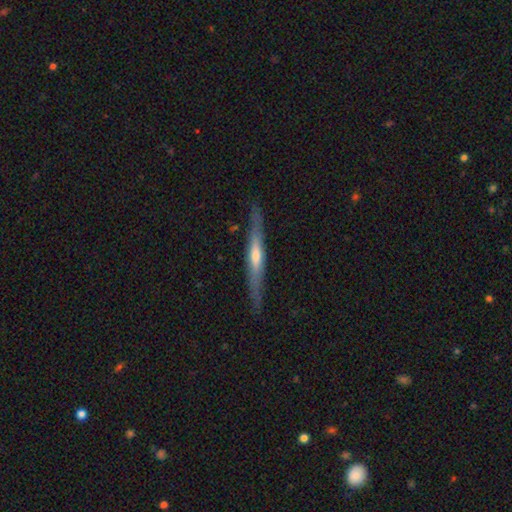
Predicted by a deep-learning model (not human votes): This appears to be a featured or disk galaxy (66%) viewed edge-on (95%) with a rounded central bulge (60%). Merging: none (87%).